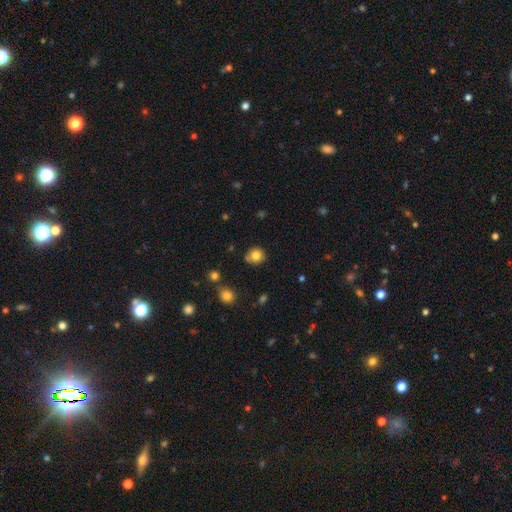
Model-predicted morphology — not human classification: Smooth or featured? Predicted: smooth (p=0.81). How rounded? Predicted: round (p=0.87). Merging? Predicted: none (p=0.75).